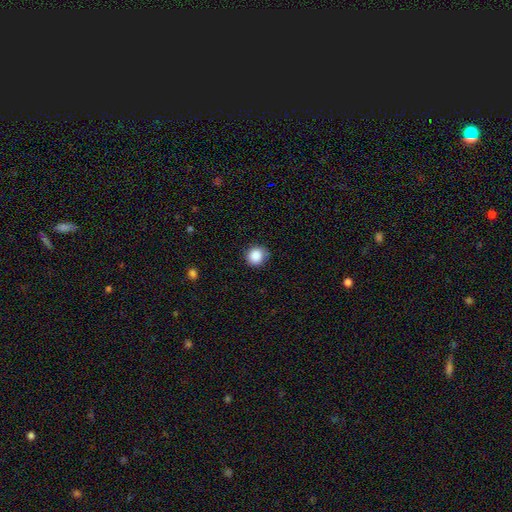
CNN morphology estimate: A smooth galaxy with no disk features (87%) that is round (90%). Merging: none (81%).